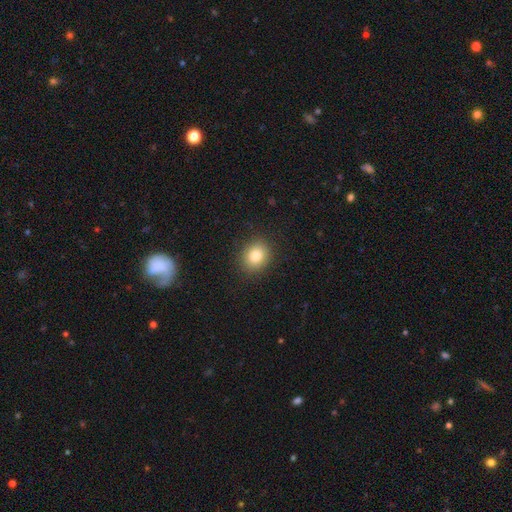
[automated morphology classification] Smooth or featured: smooth — 82% (star or artifact — 11%)
How rounded: round — 65% (in between — 34%)
Merging: none — 89% (minor disturbance — 8%)